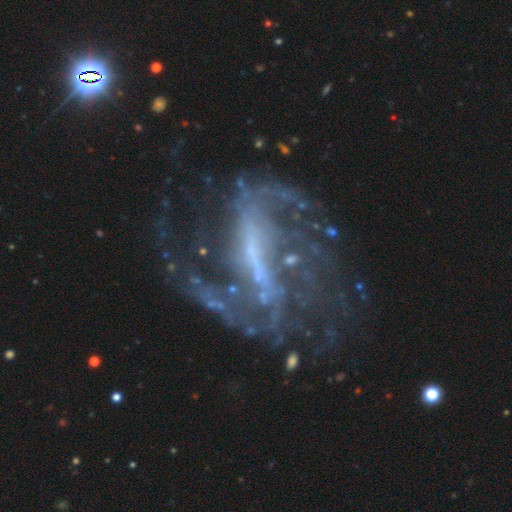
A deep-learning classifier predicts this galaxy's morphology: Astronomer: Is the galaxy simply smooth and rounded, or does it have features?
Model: featured or disk — 87%.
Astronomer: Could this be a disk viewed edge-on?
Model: no — 95%.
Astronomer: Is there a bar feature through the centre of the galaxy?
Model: strong — 61%.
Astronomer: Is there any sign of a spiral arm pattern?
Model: yes — 91%.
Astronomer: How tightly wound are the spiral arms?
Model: medium — 44% (runner-up: loose, 36%).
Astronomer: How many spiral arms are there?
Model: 2 — 58%.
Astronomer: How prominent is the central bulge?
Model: none — 43% (runner-up: small, 37%).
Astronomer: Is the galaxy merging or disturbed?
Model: none — 53%.